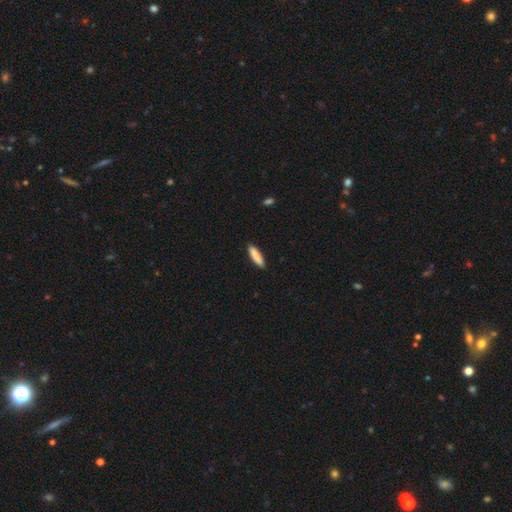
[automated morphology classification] Smooth or featured: smooth — 87% (featured or disk — 7%)
How rounded: cigar-shaped — 72% (in between — 26%)
Merging: none — 89% (minor disturbance — 8%)